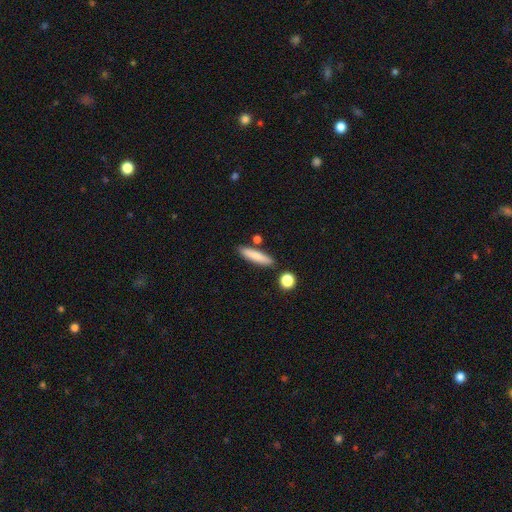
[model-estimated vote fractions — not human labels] Smooth or featured? smooth (81%)
How rounded? cigar-shaped (80%)
Merging? none (83%)